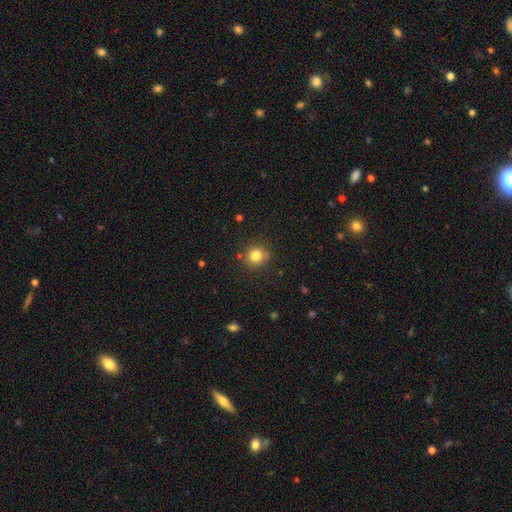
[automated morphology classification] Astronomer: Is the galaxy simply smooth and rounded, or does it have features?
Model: smooth — 81%.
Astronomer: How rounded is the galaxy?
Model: round — 90%.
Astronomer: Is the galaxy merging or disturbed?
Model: none — 84%.